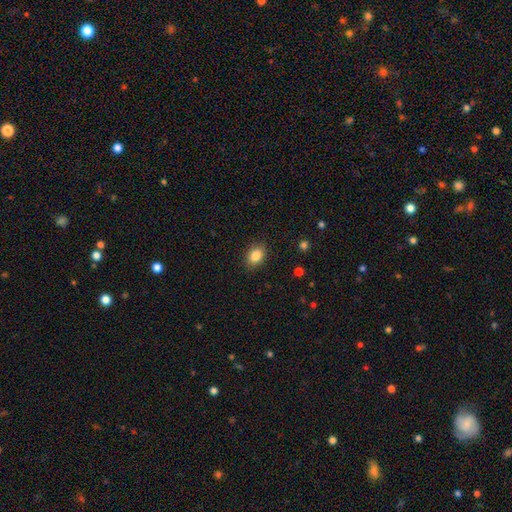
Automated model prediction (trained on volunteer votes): Smooth or featured? smooth (85%)
How rounded? in between (72%)
Merging? none (88%)